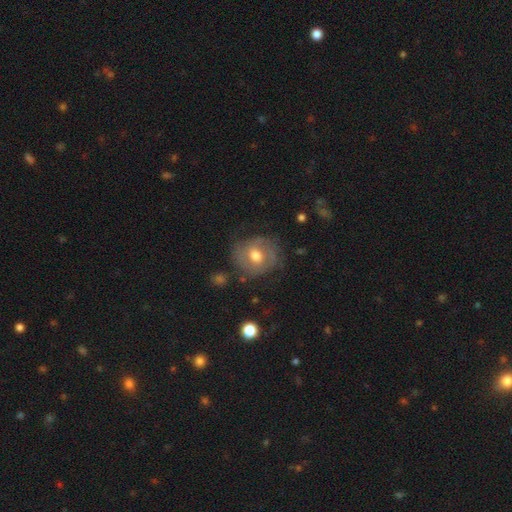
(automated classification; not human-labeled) featured or disk 52%, smooth 40%, star or artifact 8%. Down the decision tree: edge-on disk — no (96%); bar — no (56%); spiral arms — yes (65%); bulge size — moderate (76%); merging — none (68%).